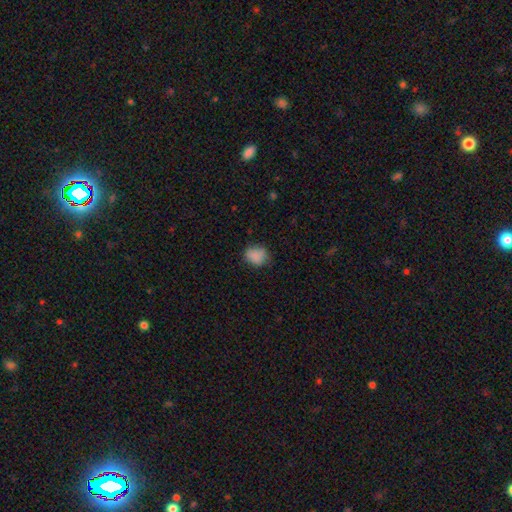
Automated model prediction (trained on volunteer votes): This is clearly a smooth galaxy (84%). How rounded: likely round (61%). Merging: likely none (71%).